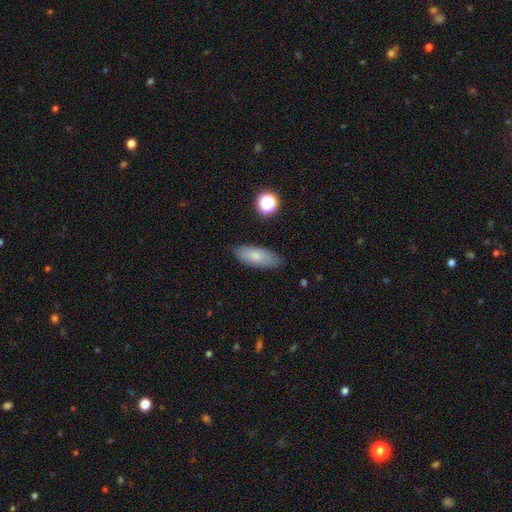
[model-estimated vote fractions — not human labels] The model was most divided on "how rounded": in between: 76%, cigar-shaped: 22%, round: 3%. More confident: merging — none (84%); smooth or featured — smooth (79%).